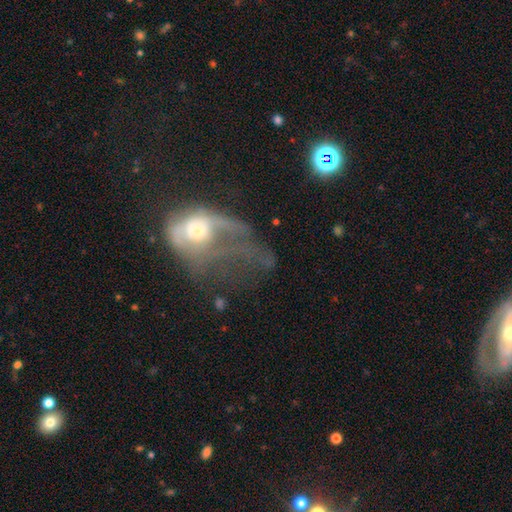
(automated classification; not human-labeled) This appears to be a featured or disk galaxy (51%). Merging: major disturbance (68%).